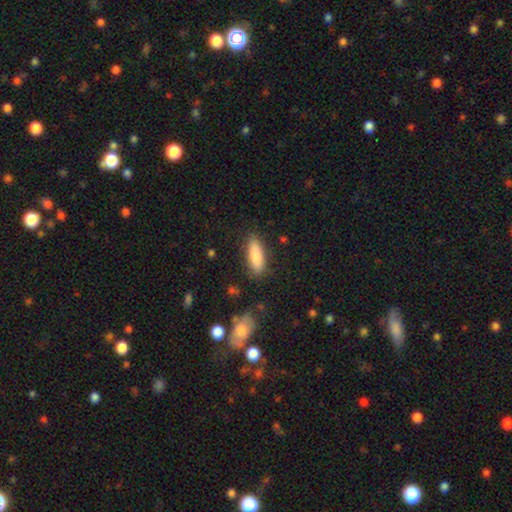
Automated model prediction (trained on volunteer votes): Smooth or featured? Predicted: smooth (p=0.84). How rounded? Predicted: in between (p=0.56). Merging? Predicted: none (p=0.84).